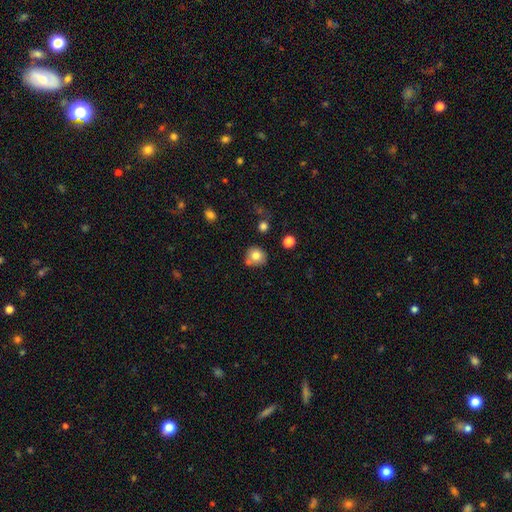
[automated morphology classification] Smooth or featured? Predicted: smooth (p=0.79). How rounded? Predicted: round (p=0.82). Merging? Predicted: none (p=0.68).